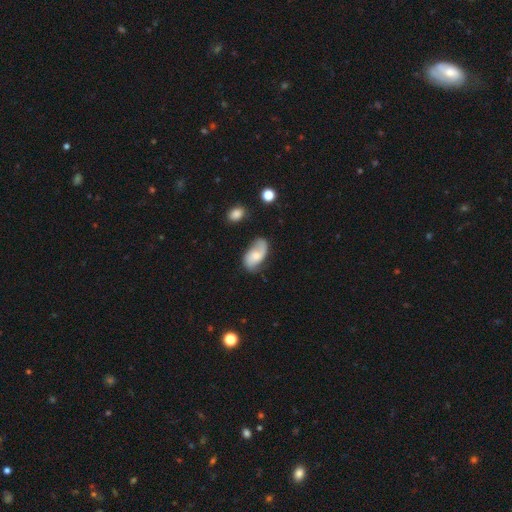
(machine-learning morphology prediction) Smooth or featured: featured or disk — 50% (smooth — 43%)
Merging: none — 58% (minor disturbance — 28%)